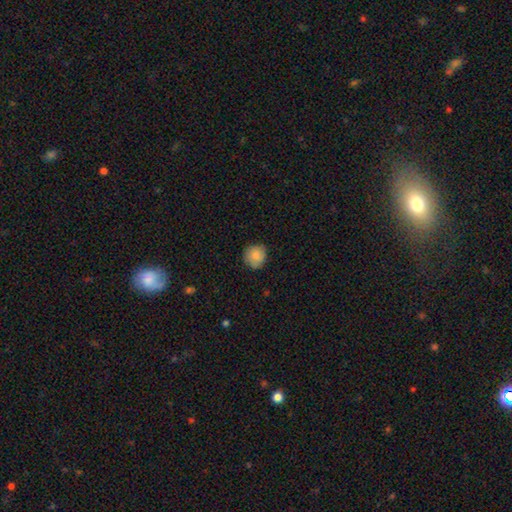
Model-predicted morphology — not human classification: type=smooth (85%); roundness=round (90%); merging=none (81%).